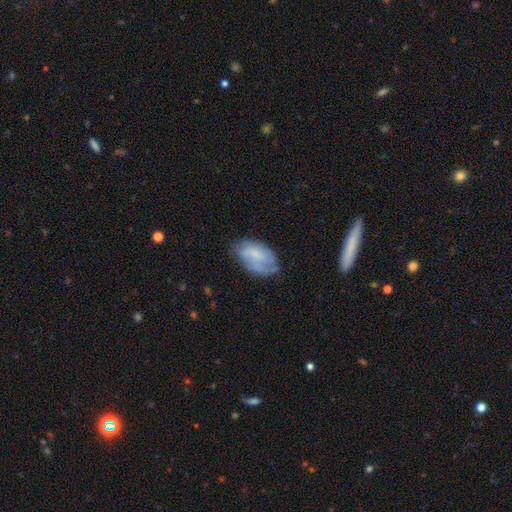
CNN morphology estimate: type=smooth (55%); roundness=in between (92%); merging=none (56%).